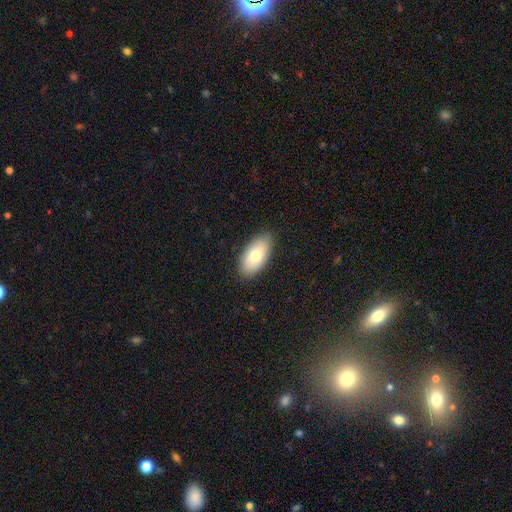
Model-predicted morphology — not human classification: smooth-or-featured: smooth: 75% | featured or disk: 19% | star or artifact: 6%
  how-rounded: in between: 94% | cigar-shaped: 3% | round: 3%
  merging: none: 86% | minor disturbance: 11% | major disturbance: 2% | merger: 1%